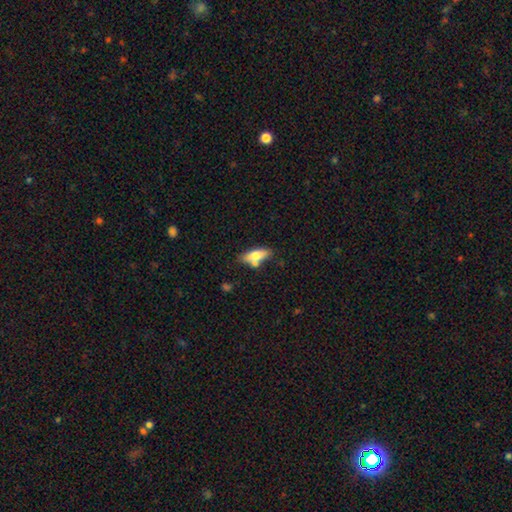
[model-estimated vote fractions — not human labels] Smooth or featured? smooth (68%)
How rounded? in between (71%)
Merging? none (59%)